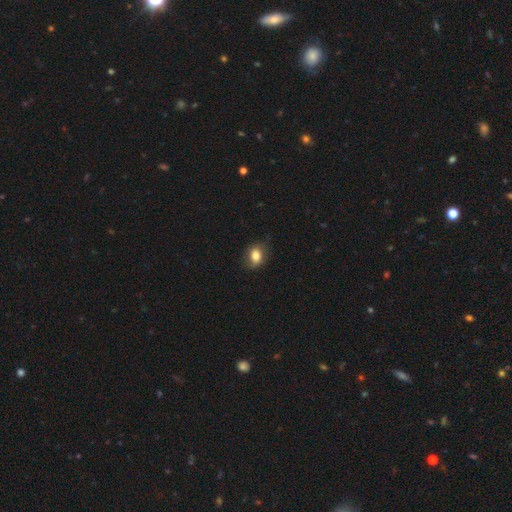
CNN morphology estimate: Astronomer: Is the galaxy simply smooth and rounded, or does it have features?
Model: smooth — 78%.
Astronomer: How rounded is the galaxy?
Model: in between — 68%.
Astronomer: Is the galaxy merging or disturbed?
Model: none — 72%.